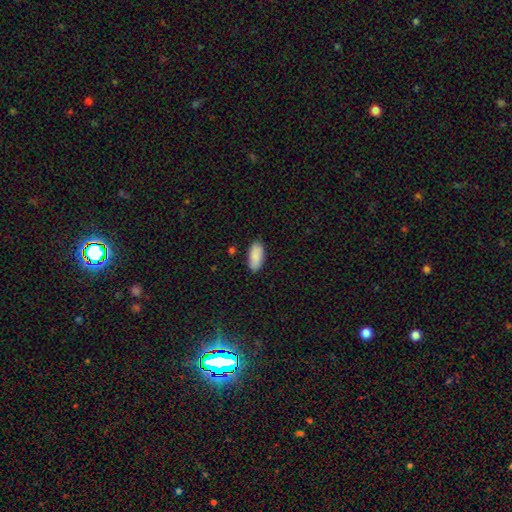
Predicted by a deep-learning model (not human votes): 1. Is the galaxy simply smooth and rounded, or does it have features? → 90% smooth, 6% star or artifact, 4% featured or disk.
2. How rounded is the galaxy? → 90% in between, 8% cigar-shaped, 2% round.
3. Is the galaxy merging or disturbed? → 86% none, 10% minor disturbance, 2% major disturbance, 1% merger.